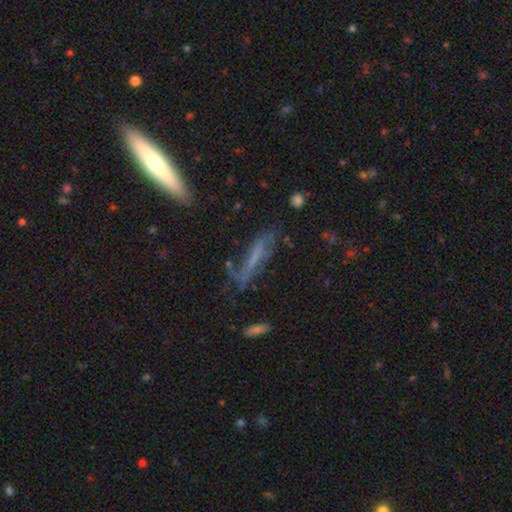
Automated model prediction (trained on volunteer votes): Smooth or featured: featured or disk — 50% (smooth — 37%)
Edge-on disk: no — 53% (yes — 47%)
Merging: none — 53% (minor disturbance — 25%)